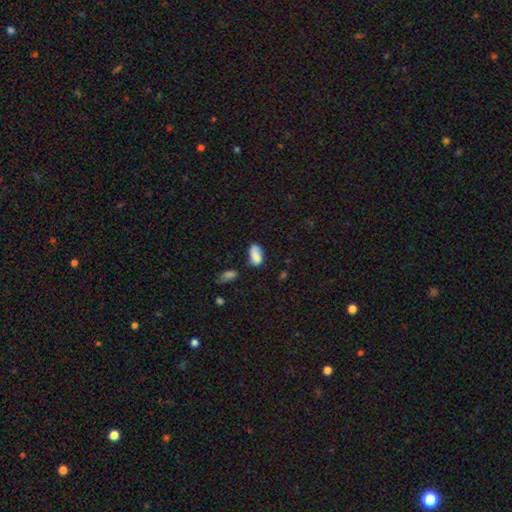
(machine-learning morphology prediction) The model was most divided on "merging": none: 58%, minor disturbance: 27%, merger: 8%, major disturbance: 7%. More confident: how rounded — in between (92%); smooth or featured — smooth (83%).